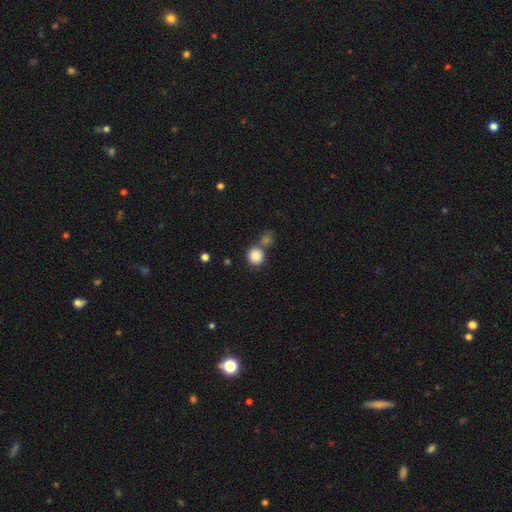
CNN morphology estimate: Smooth or featured? smooth (86%)
How rounded? round (89%)
Merging? none (59%)